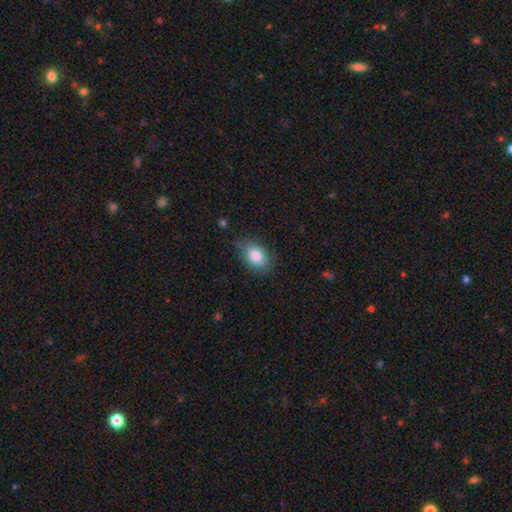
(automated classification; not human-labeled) Smooth or featured: smooth — 82% (featured or disk — 10%)
How rounded: in between — 78% (round — 21%)
Merging: none — 72% (minor disturbance — 22%)